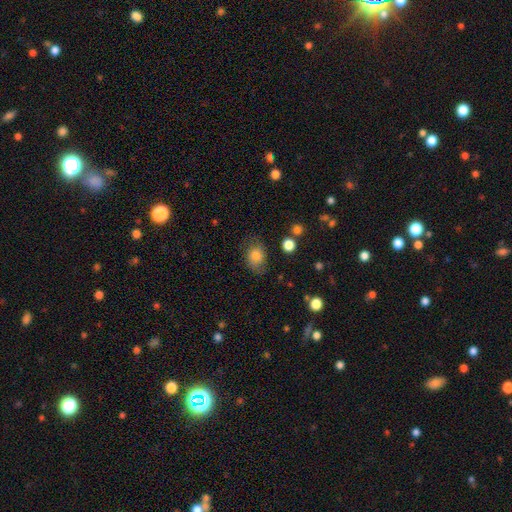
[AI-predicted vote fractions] smooth-or-featured: smooth: 79% | featured or disk: 12% | star or artifact: 9%
  how-rounded: in between: 60% | round: 39% | cigar-shaped: 1%
  merging: none: 67% | minor disturbance: 22% | major disturbance: 8% | merger: 2%